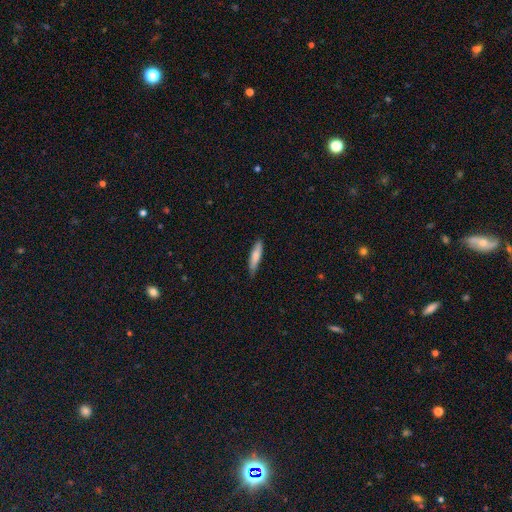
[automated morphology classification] A smooth galaxy with no disk features (78%) that is cigar-shaped (80%). Merging: none (81%).